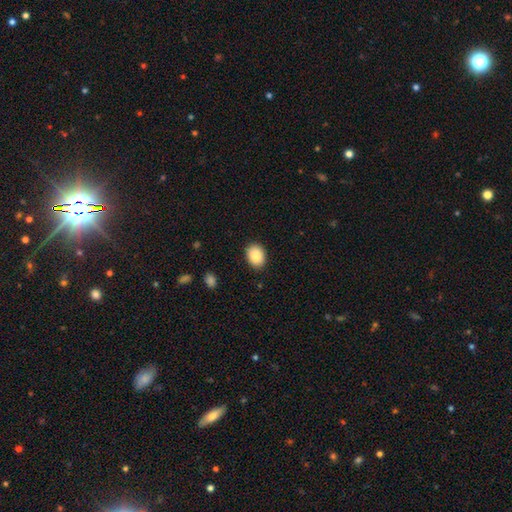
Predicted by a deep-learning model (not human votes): Smooth or featured?
  - smooth: 88% *
  - star or artifact: 7%
  - featured or disk: 5%
How rounded?
  - in between: 65% *
  - round: 34%
  - cigar-shaped: 1%
Merging?
  - none: 88% *
  - minor disturbance: 8%
  - major disturbance: 2%
  - merger: 1%